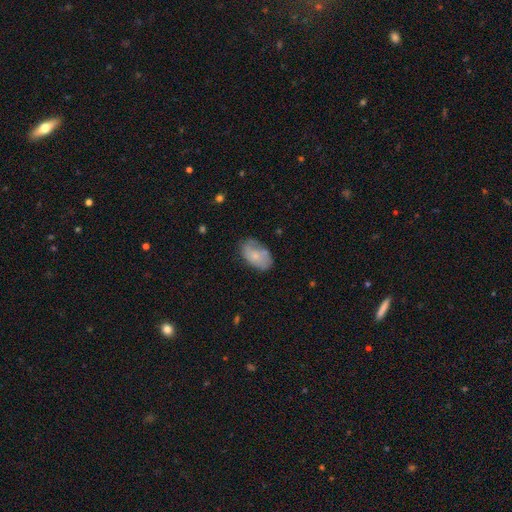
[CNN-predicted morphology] A smooth galaxy with no disk features (69%) that is in between round and cigar-shaped (92%).

Vote fractions:
- Smooth or featured? smooth: 69% / featured or disk: 25% / star or artifact: 7%
- How rounded? in between: 92% / round: 6% / cigar-shaped: 2%
- Merging? none: 61% / minor disturbance: 28% / major disturbance: 8% / merger: 3%